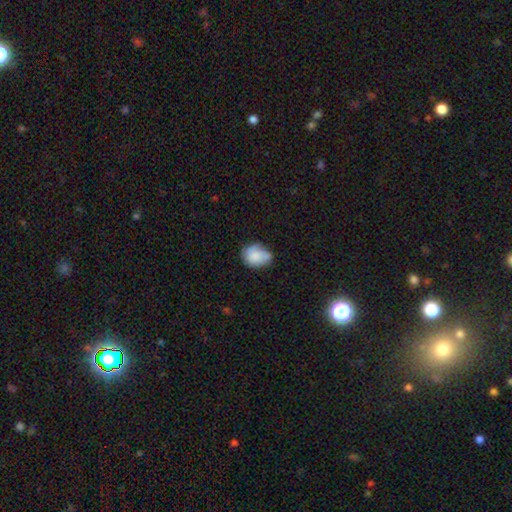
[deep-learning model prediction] Q: Smooth or featured?
A: smooth (73%); runner-up: featured or disk (20%)
Q: How rounded?
A: in between (58%); runner-up: round (41%)
Q: Merging?
A: none (53%); runner-up: minor disturbance (34%)